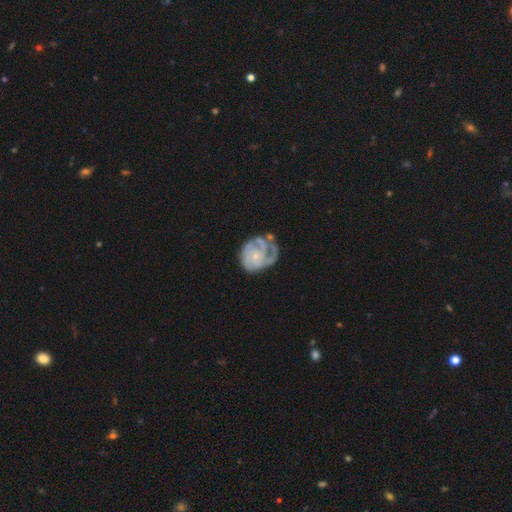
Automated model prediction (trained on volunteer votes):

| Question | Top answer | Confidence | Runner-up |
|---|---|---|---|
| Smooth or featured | featured or disk | 84% | smooth (11%) |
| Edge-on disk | no | 98% | yes (2%) |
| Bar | no | 76% | weak (21%) |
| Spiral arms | yes | 94% | no (6%) |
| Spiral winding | tight | 60% | medium (31%) |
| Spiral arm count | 3 | 34% | can't tell (23%) |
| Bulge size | small | 73% | moderate (19%) |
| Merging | none | 48% | minor disturbance (26%) |